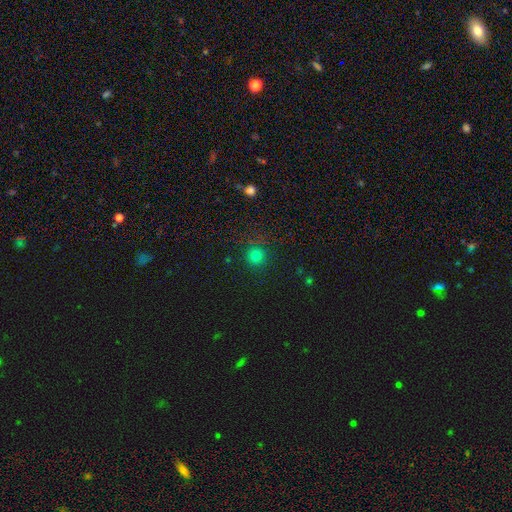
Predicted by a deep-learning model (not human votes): A smooth galaxy with no disk features (77%) that is round (93%). Merging: none (84%).